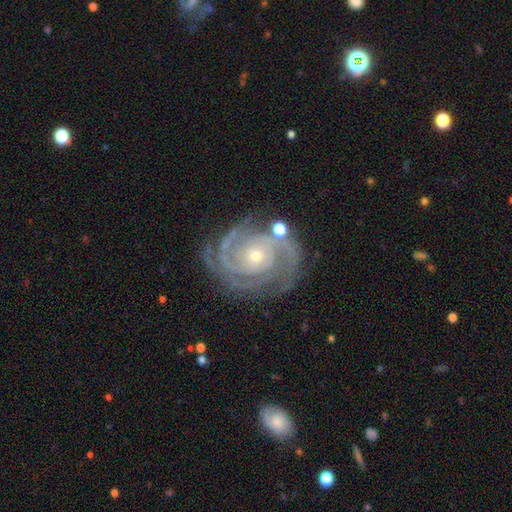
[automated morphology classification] smooth_or_featured: featured or disk (p=0.91) [alt: star or artifact p=0.05]
disk_edge_on: no (p=0.97) [alt: yes p=0.03]
bar: no (p=0.78) [alt: weak p=0.15]
has_spiral_arms: yes (p=0.98) [alt: no p=0.02]
spiral_winding: tight (p=0.80) [alt: medium p=0.18]
spiral_arm_count: 3 (p=0.33) [alt: 2 p=0.29]
bulge_size: small (p=0.66) [alt: moderate p=0.31]
merging: none (p=0.74) [alt: minor disturbance p=0.16]